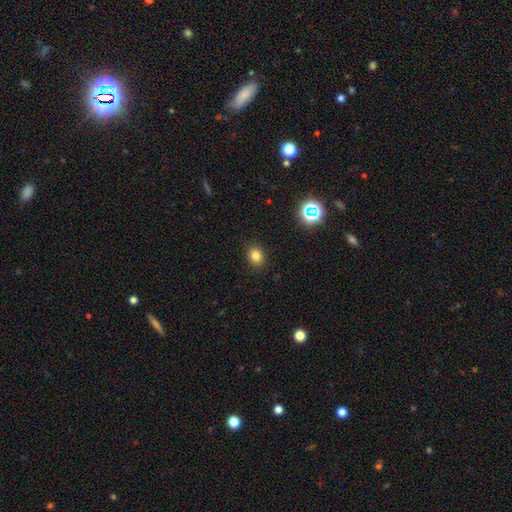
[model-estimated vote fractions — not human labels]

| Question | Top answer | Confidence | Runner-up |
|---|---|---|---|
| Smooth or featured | smooth | 80% | star or artifact (14%) |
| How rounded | round | 51% | in between (48%) |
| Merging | none | 88% | minor disturbance (8%) |